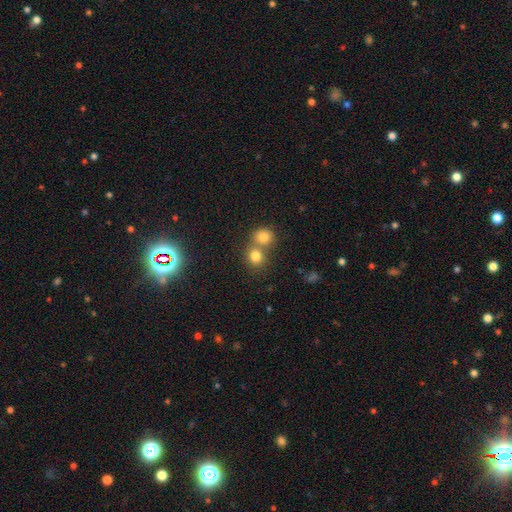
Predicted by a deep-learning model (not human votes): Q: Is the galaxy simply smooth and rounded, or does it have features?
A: smooth — 79%.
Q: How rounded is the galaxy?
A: round — 82%.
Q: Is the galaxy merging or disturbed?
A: none — 46%, tied with merger.